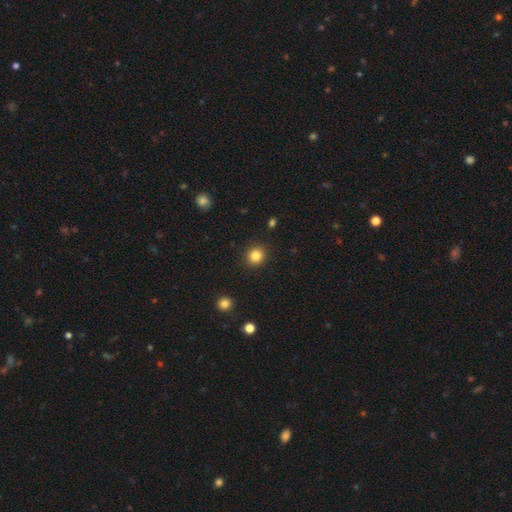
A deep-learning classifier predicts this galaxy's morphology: A smooth galaxy with no disk features (84%) that is round (87%).

Vote fractions:
- Smooth or featured? smooth: 84% / star or artifact: 11% / featured or disk: 5%
- How rounded? round: 87% / in between: 12% / cigar-shaped: 1%
- Merging? none: 91% / minor disturbance: 6% / major disturbance: 2% / merger: 1%